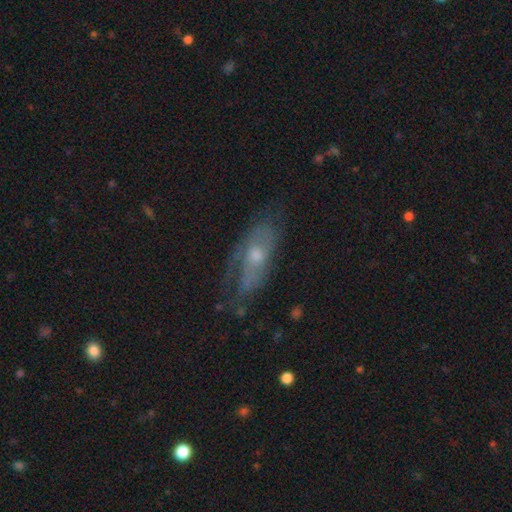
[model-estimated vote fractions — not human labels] Morphology: type=featured or disk (57%); edge-on=no (79%); merging=none (53%).